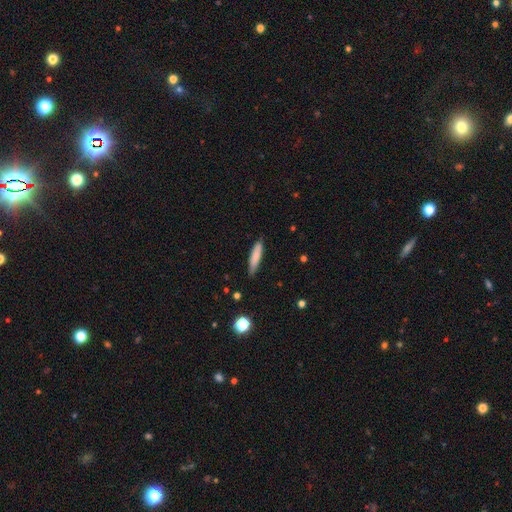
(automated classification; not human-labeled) This is likely a smooth galaxy (79%). How rounded: clearly cigar-shaped (82%). Merging: clearly none (86%).